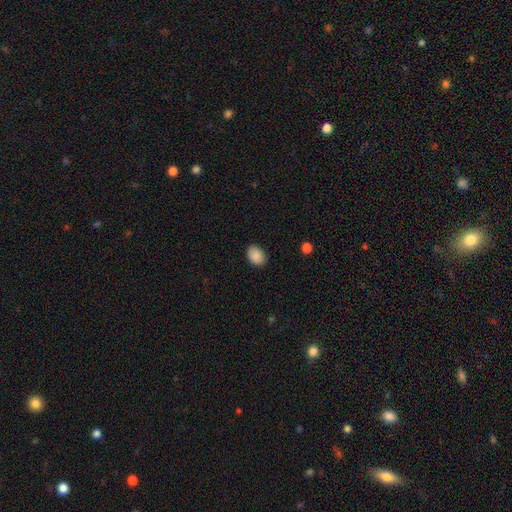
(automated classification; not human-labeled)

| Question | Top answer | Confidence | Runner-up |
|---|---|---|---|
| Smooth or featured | smooth | 89% | star or artifact (7%) |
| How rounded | in between | 78% | round (21%) |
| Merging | none | 87% | minor disturbance (10%) |